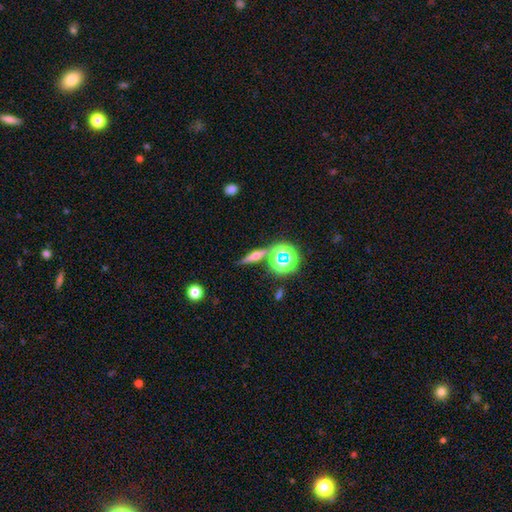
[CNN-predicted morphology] Smooth or featured? Predicted: featured or disk (p=0.43). Merging? Predicted: none (p=0.78).